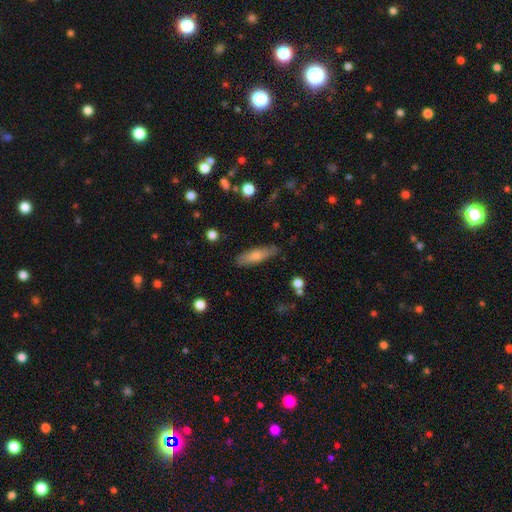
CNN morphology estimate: The model was most divided on "how rounded": cigar-shaped: 62%, in between: 36%, round: 2%. More confident: merging — none (81%); smooth or featured — smooth (72%).